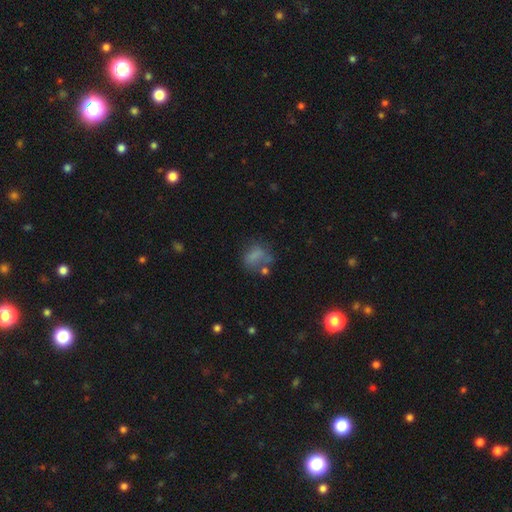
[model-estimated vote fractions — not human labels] smooth_or_featured: smooth (p=0.65) [alt: featured or disk p=0.20]
how_rounded: in between (p=0.54) [alt: round p=0.44]
merging: none (p=0.42) [alt: minor disturbance p=0.24]